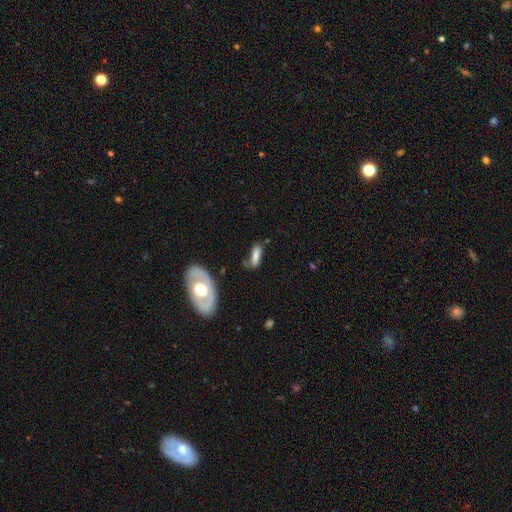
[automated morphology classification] This is likely a smooth galaxy (72%). How rounded: possibly in between (58%). Merging: possibly none (60%).